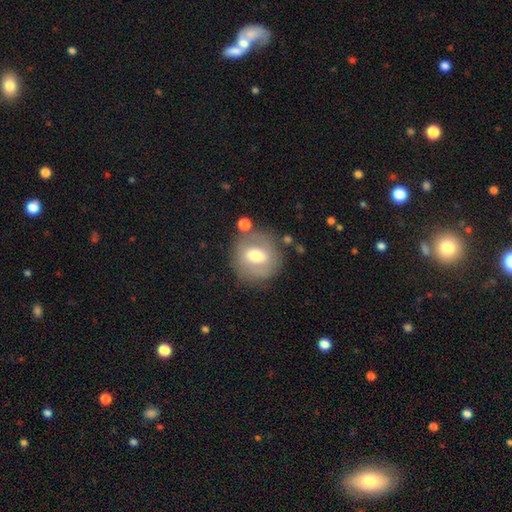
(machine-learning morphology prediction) smooth_or_featured: smooth (p=0.50) [alt: featured or disk p=0.43]
merging: none (p=0.75) [alt: minor disturbance p=0.14]